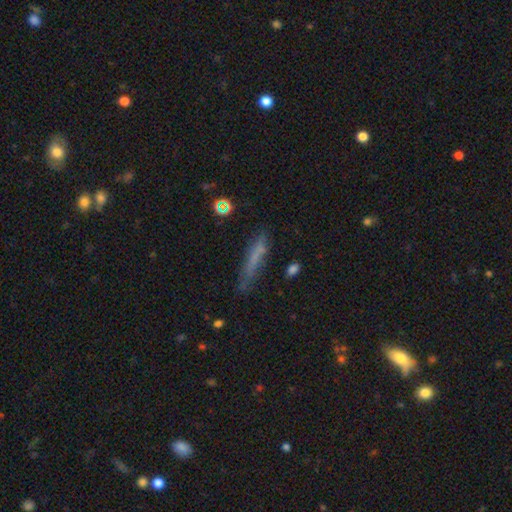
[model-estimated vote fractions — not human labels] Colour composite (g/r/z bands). It shows a smooth galaxy with no disk features (61%) that is cigar-shaped (87%). Merging: none (62%).